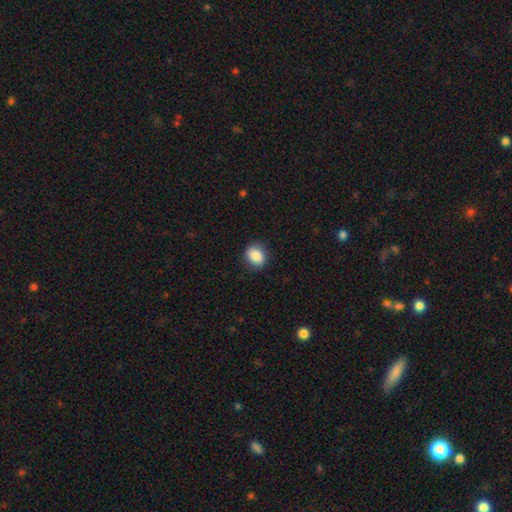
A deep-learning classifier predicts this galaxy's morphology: Q: Smooth or featured?
A: smooth (84%); runner-up: star or artifact (8%)
Q: How rounded?
A: round (53%); runner-up: in between (46%)
Q: Merging?
A: none (86%); runner-up: minor disturbance (11%)